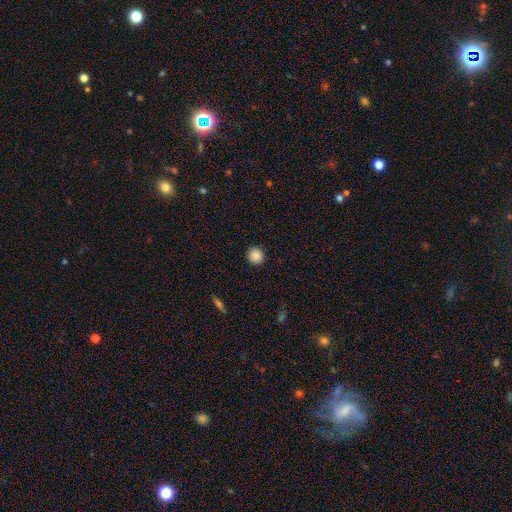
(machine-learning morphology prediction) This appears to be a smooth galaxy with no disk features (88%) that is round (94%). Merging: none (92%).